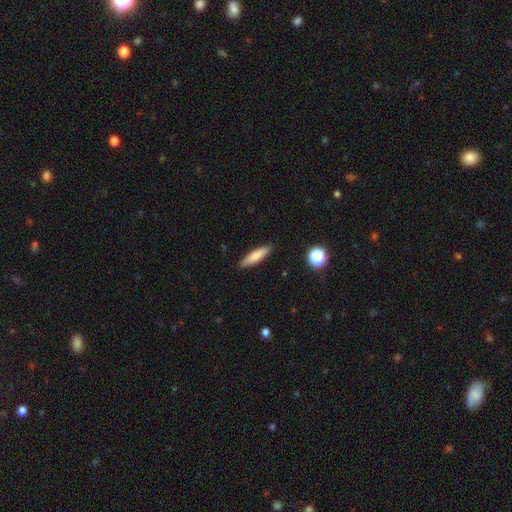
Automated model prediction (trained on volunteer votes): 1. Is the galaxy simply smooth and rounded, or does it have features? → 73% smooth, 20% featured or disk, 7% star or artifact.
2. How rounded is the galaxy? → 77% cigar-shaped, 21% in between, 2% round.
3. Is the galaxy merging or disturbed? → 88% none, 9% minor disturbance, 2% major disturbance, 1% merger.